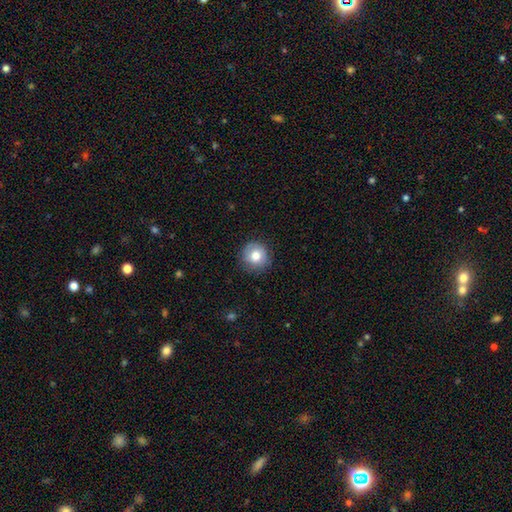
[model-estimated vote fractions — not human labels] This appears to be a smooth galaxy with no disk features (78%) that is round (92%). Merging: none (85%).